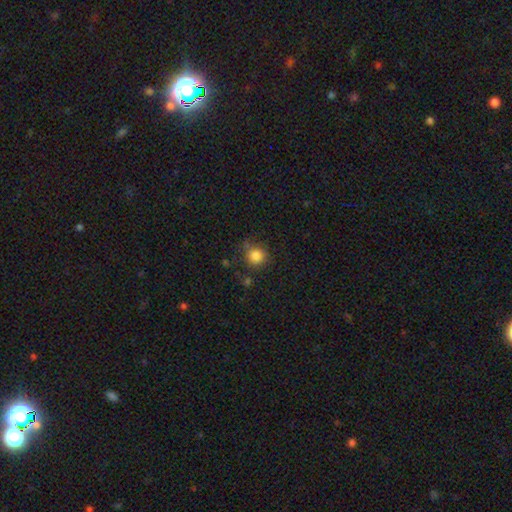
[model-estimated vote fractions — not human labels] A smooth galaxy with no disk features (84%) that is round (90%). Merging: none (76%).